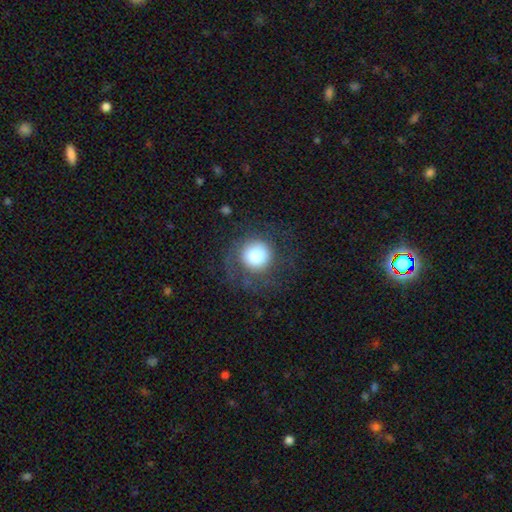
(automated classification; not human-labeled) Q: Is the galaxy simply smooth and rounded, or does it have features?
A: smooth — 73%.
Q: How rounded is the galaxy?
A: round — 94%.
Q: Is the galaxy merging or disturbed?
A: none — 66%.